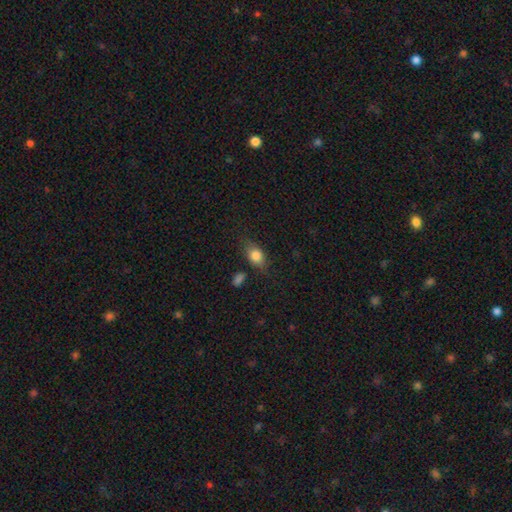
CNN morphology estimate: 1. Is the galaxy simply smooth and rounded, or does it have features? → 79% smooth, 13% featured or disk, 9% star or artifact.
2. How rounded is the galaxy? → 72% in between, 22% round, 6% cigar-shaped.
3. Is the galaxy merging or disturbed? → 69% none, 20% minor disturbance, 6% major disturbance, 4% merger.